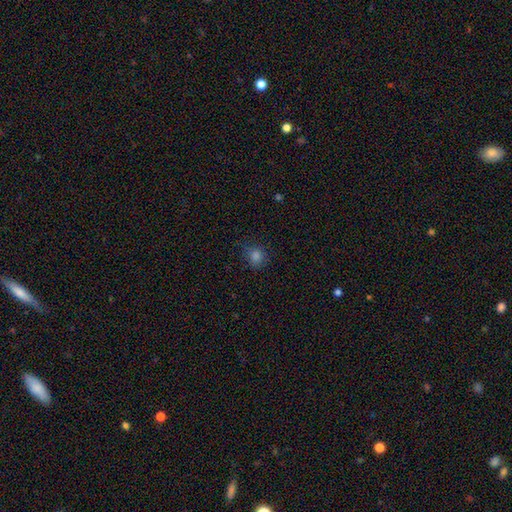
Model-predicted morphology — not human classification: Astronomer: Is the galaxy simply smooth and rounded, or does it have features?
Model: smooth — 79%.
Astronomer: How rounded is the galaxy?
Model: round — 84%.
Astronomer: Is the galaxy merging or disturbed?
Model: none — 83%.